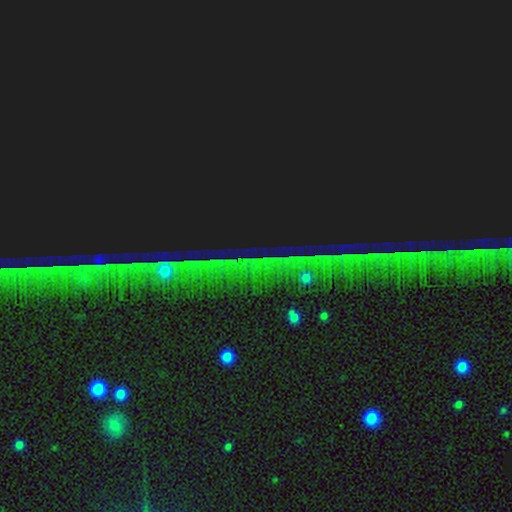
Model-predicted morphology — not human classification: Smooth or featured?
  - star or artifact: 86% *
  - featured or disk: 8%
  - smooth: 6%